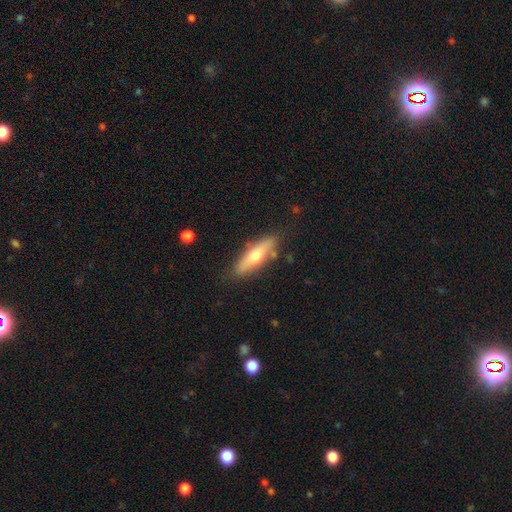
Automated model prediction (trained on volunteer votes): This is possibly a smooth galaxy (53%). How rounded: possibly cigar-shaped (58%). Merging: clearly none (81%).